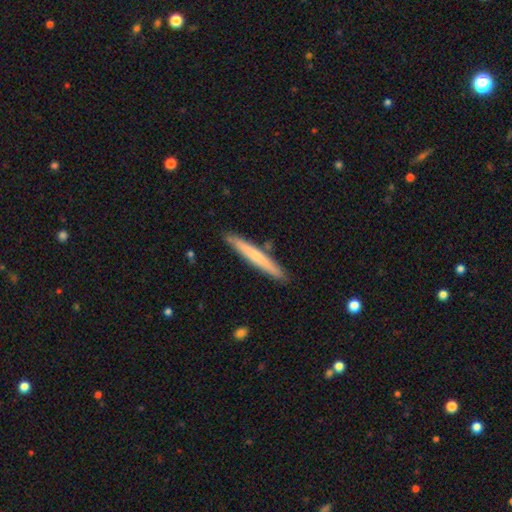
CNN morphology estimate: Smooth or featured? smooth (59%)
How rounded? cigar-shaped (96%)
Merging? none (88%)